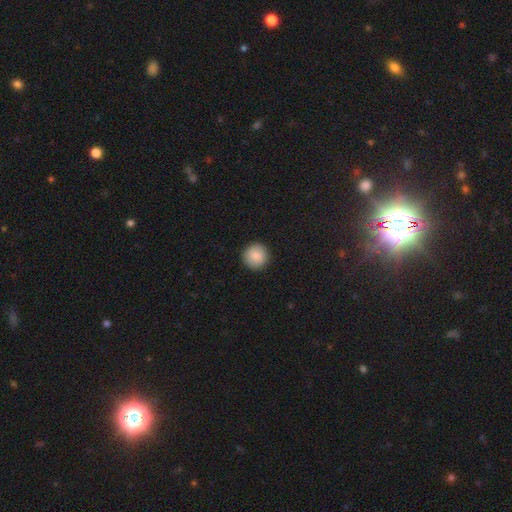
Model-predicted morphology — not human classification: smooth 87%, star or artifact 8%, featured or disk 6%. Down the decision tree: how rounded — round (95%); merging — none (93%).